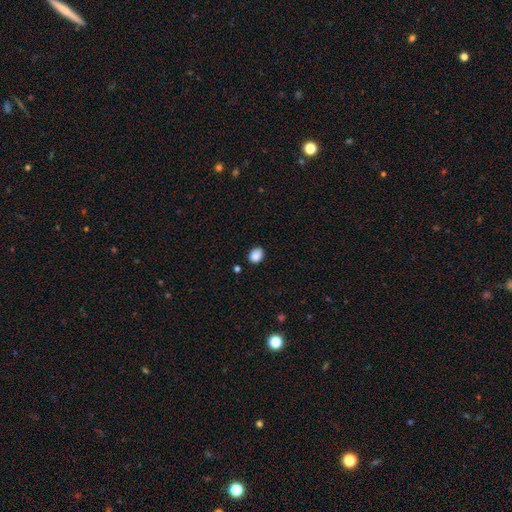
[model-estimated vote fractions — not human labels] smooth_or_featured: smooth (p=0.88) [alt: star or artifact p=0.09]
how_rounded: in between (p=0.57) [alt: round p=0.42]
merging: none (p=0.80) [alt: minor disturbance p=0.15]